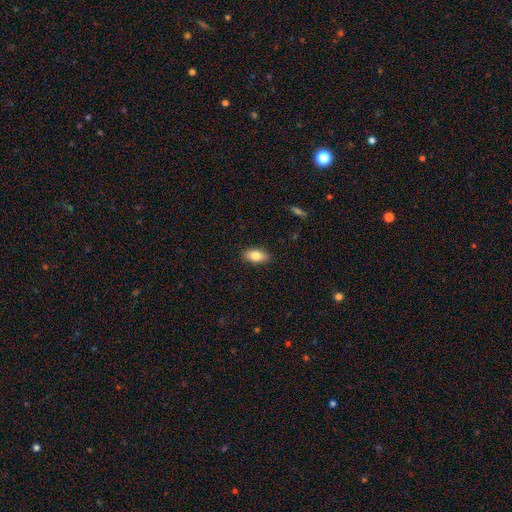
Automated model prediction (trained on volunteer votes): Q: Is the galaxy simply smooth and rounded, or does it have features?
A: smooth — 82%.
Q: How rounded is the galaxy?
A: in between — 90%.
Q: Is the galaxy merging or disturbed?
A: none — 88%.